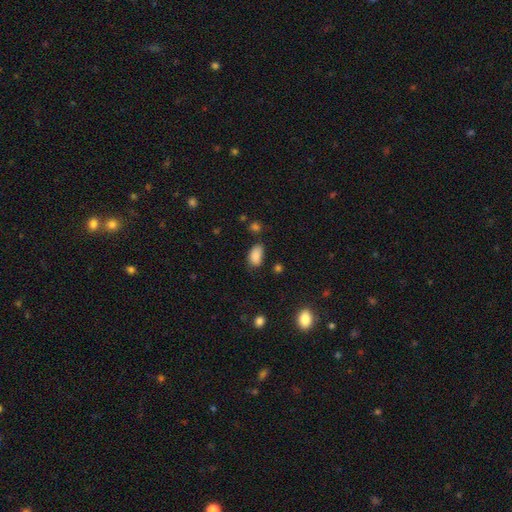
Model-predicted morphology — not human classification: Smooth or featured? Predicted: smooth (p=0.86). How rounded? Predicted: in between (p=0.92). Merging? Predicted: none (p=0.64).